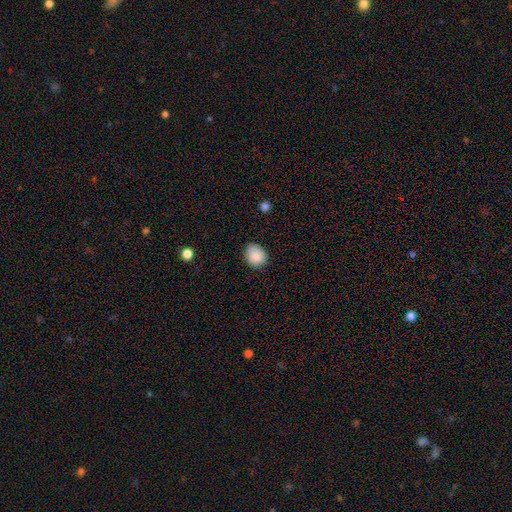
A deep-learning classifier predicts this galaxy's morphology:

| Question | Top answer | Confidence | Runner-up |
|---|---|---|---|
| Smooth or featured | smooth | 87% | star or artifact (8%) |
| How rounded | round | 61% | in between (38%) |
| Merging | none | 79% | minor disturbance (16%) |